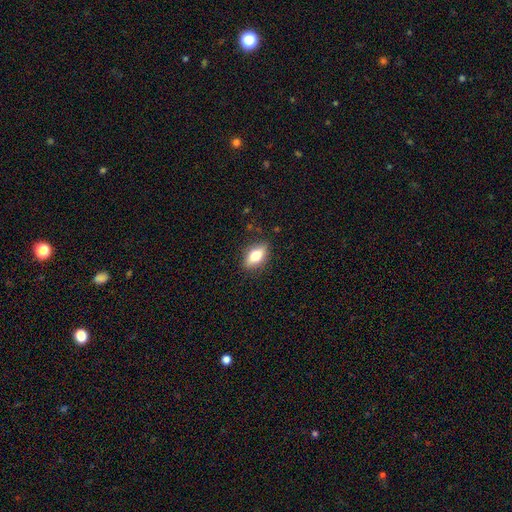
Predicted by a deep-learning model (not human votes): This is likely a smooth galaxy (70%). How rounded: clearly in between (82%). Merging: clearly none (84%).